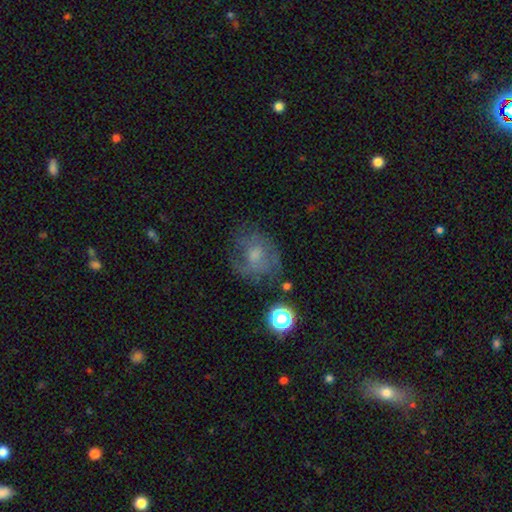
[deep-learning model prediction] smooth-or-featured: featured or disk: 43% | smooth: 42% | star or artifact: 14%
  merging: none: 55% | minor disturbance: 23% | major disturbance: 19% | merger: 3%